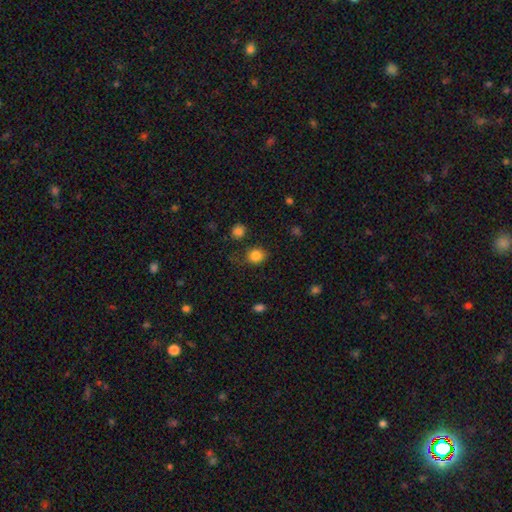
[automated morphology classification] smooth 84%, star or artifact 11%, featured or disk 5%. Down the decision tree: how rounded — round (73%); merging — none (74%).